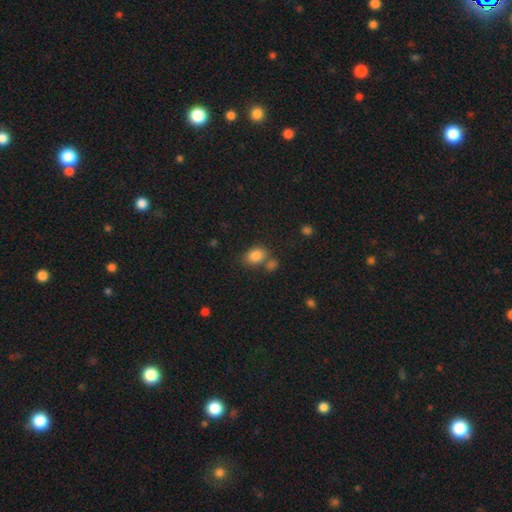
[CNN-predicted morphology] smooth 84%, star or artifact 9%, featured or disk 6%. Down the decision tree: how rounded — in between (73%); merging — none (57%).